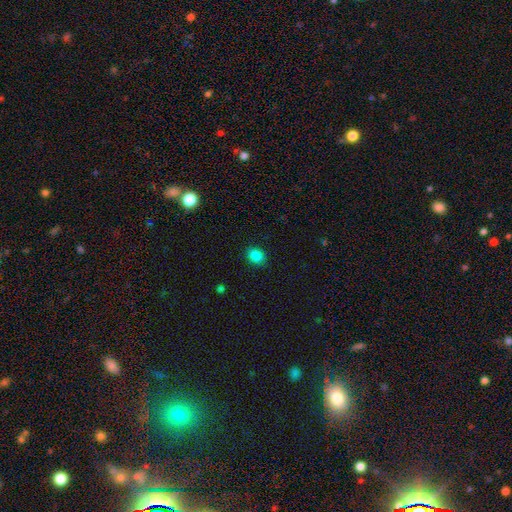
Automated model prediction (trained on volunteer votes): Morphology: type=smooth (85%); roundness=round (64%); merging=none (88%).